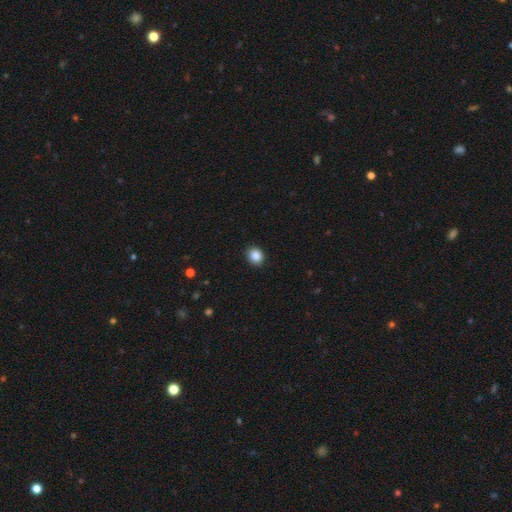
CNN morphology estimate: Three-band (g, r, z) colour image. It shows a smooth galaxy with no disk features (87%) that is round (71%). Merging: none (92%).